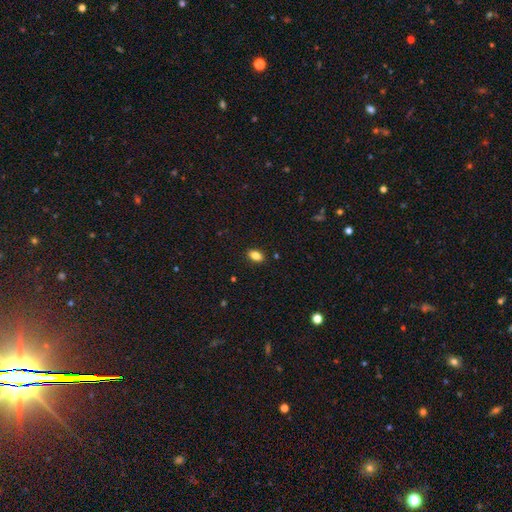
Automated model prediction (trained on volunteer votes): A smooth galaxy with no disk features (84%) that is in between round and cigar-shaped (85%). Merging: none (88%).